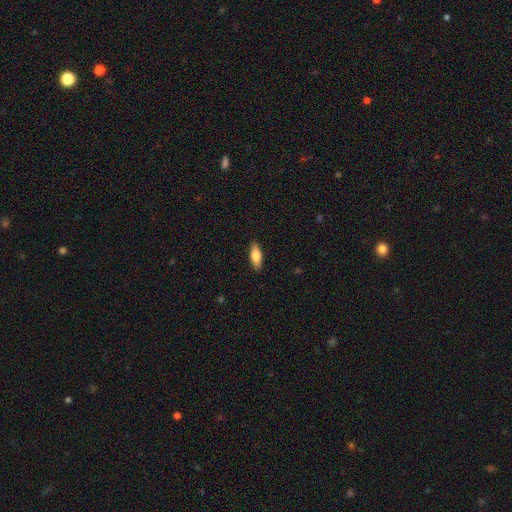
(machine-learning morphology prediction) smooth_or_featured: smooth (p=0.77) [alt: featured or disk p=0.17]
how_rounded: in between (p=0.72) [alt: cigar-shaped p=0.26]
merging: none (p=0.88) [alt: minor disturbance p=0.09]